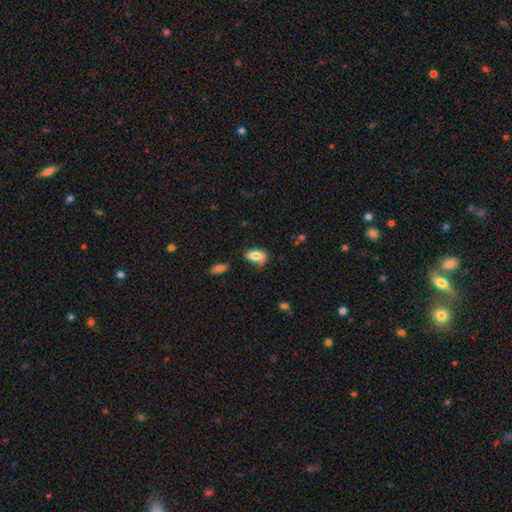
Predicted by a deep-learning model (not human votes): A smooth galaxy with no disk features (77%) that is in between round and cigar-shaped (90%).

Vote fractions:
- Smooth or featured? smooth: 77% / featured or disk: 15% / star or artifact: 8%
- How rounded? in between: 90% / round: 5% / cigar-shaped: 5%
- Merging? none: 47% / minor disturbance: 34% / major disturbance: 14% / merger: 5%